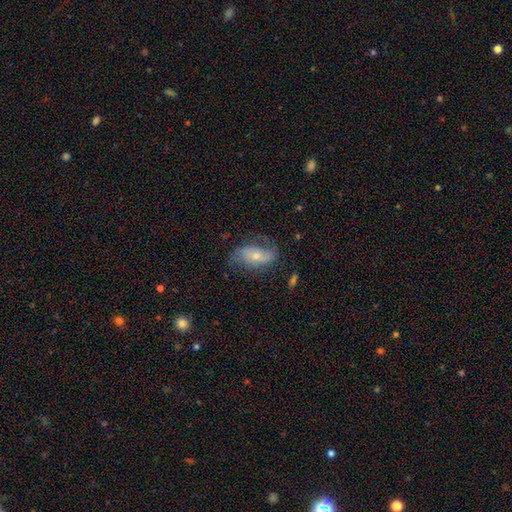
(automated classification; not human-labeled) Smooth or featured?
  - featured or disk: 62% *
  - smooth: 30%
  - star or artifact: 8%
Edge-on disk?
  - no: 94% *
  - yes: 6%
Bar?
  - no: 65% *
  - weak: 25%
  - strong: 10%
Spiral arms?
  - yes: 82% *
  - no: 18%
Bulge size?
  - small: 57% *
  - moderate: 38%
  - large: 2%
  - none: 2%
  - dominant: 1%
Merging?
  - none: 59% *
  - minor disturbance: 24%
  - major disturbance: 15%
  - merger: 2%